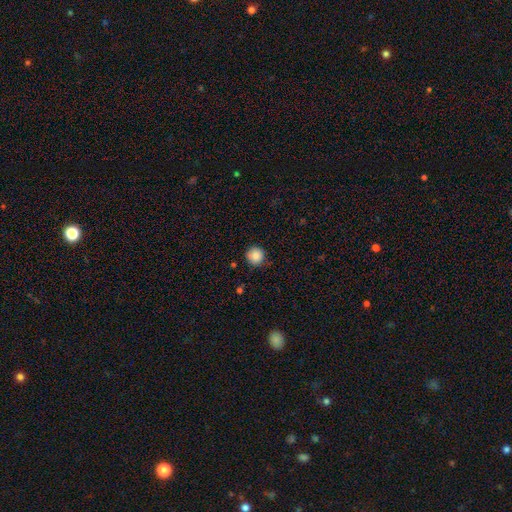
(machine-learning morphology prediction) The model was most divided on "smooth or featured": smooth: 85%, star or artifact: 9%, featured or disk: 6%. More confident: how rounded — round (94%); merging — none (87%).